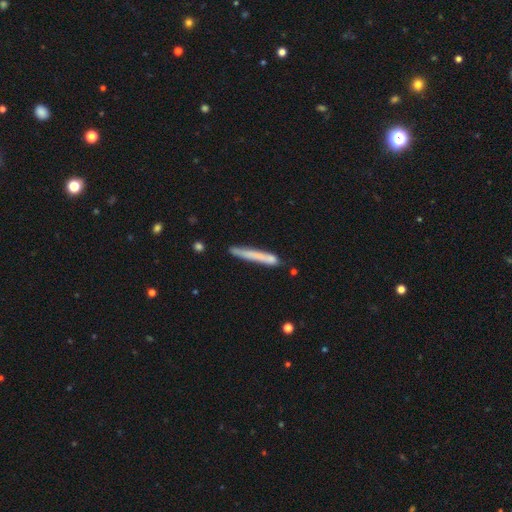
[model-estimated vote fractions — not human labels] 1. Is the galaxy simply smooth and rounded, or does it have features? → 66% smooth, 28% featured or disk, 6% star or artifact.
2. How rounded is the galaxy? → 96% cigar-shaped, 2% in between, 1% round.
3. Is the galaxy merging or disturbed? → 78% none, 14% minor disturbance, 5% merger, 3% major disturbance.